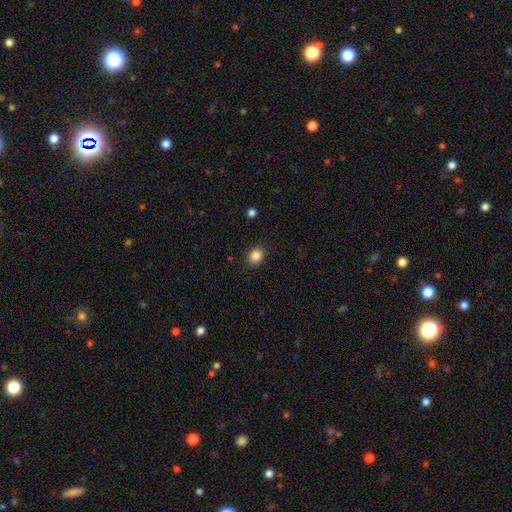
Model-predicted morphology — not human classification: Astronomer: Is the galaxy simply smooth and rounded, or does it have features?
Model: smooth — 86%.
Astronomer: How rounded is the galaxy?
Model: round — 64%.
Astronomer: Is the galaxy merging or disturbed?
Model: none — 88%.